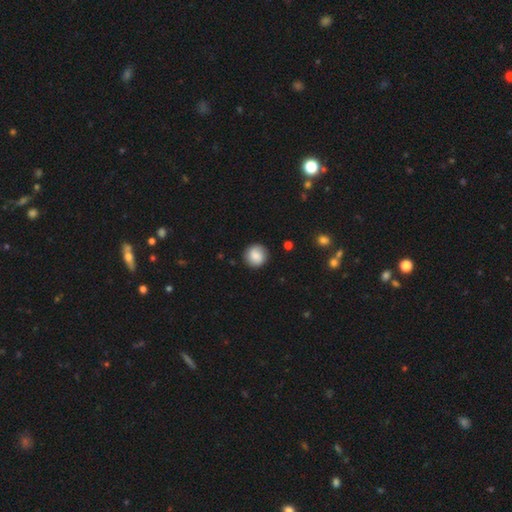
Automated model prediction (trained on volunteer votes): Overall: smooth (79%). How rounded: round (92%). Merging: none (87%).